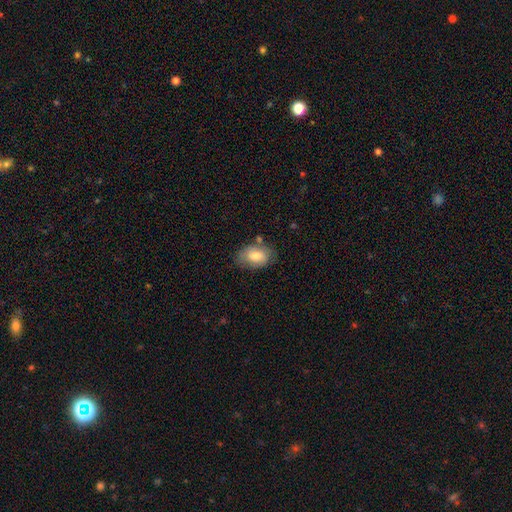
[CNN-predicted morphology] Smooth or featured? Predicted: smooth (p=0.79). How rounded? Predicted: in between (p=0.87). Merging? Predicted: none (p=0.68).